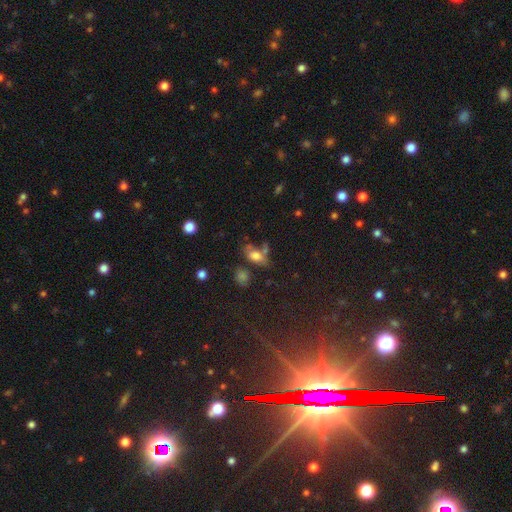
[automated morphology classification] smooth 68%, featured or disk 17%, star or artifact 15%. Down the decision tree: how rounded — in between (82%); merging — none (44%).